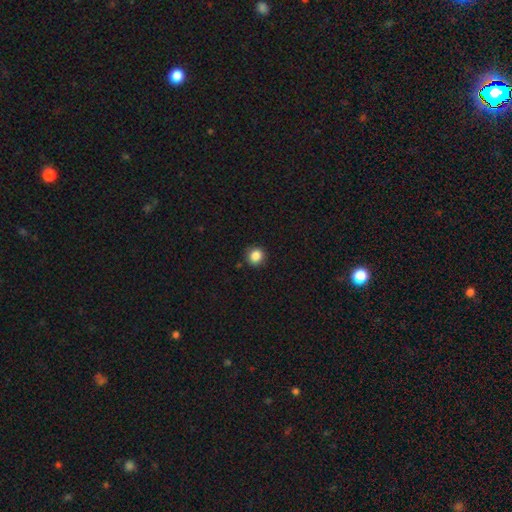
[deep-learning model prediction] smooth_or_featured: smooth (p=0.86) [alt: star or artifact p=0.10]
how_rounded: round (p=0.88) [alt: in between p=0.11]
merging: none (p=0.90) [alt: minor disturbance p=0.07]